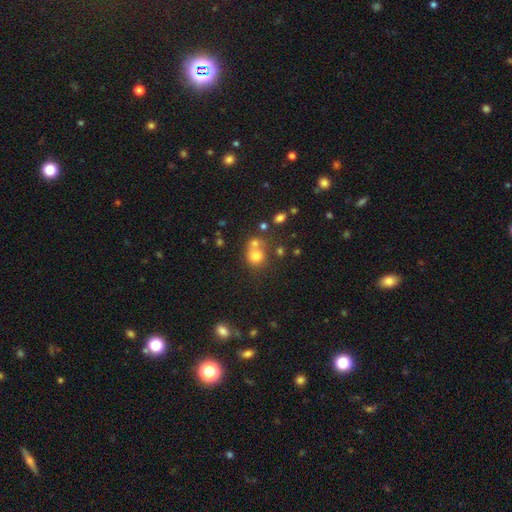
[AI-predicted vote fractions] Overall: smooth (73%). How rounded: round (75%). Merging: merger (47%; none 38%).